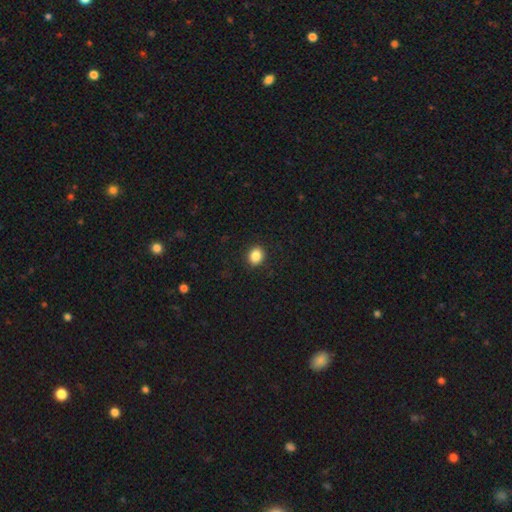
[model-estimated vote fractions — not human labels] Smooth or featured: smooth — 86% (star or artifact — 10%)
How rounded: round — 59% (in between — 40%)
Merging: none — 90% (minor disturbance — 7%)